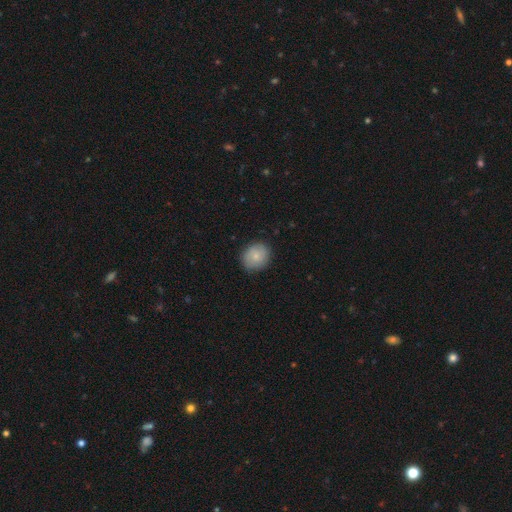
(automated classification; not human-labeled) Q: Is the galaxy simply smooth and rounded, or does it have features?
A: smooth — 78%.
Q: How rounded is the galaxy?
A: round — 78%.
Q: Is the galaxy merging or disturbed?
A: none — 85%.